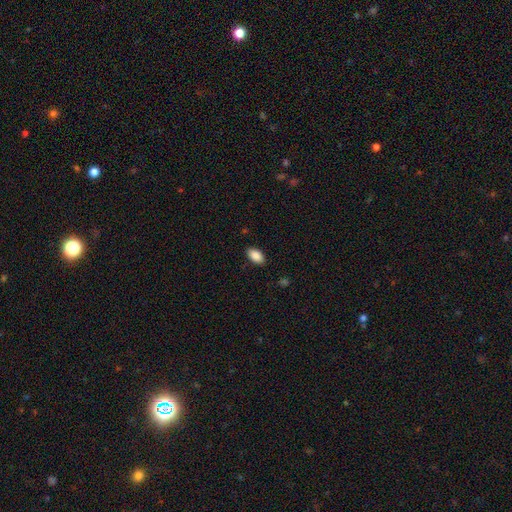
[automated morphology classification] A smooth galaxy with no disk features (89%) that is in between round and cigar-shaped (94%).

Vote fractions:
- Smooth or featured? smooth: 89% / star or artifact: 7% / featured or disk: 4%
- How rounded? in between: 94% / round: 4% / cigar-shaped: 2%
- Merging? none: 88% / minor disturbance: 9% / major disturbance: 2% / merger: 1%